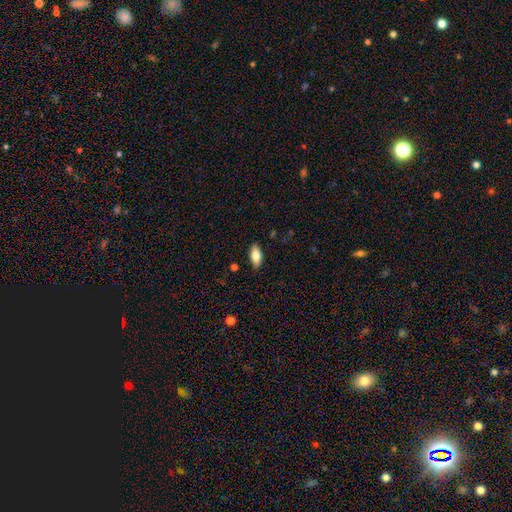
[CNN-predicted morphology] smooth-or-featured: smooth: 76% | featured or disk: 17% | star or artifact: 7%
  how-rounded: in between: 86% | cigar-shaped: 12% | round: 2%
  merging: none: 86% | minor disturbance: 10% | major disturbance: 2% | merger: 1%